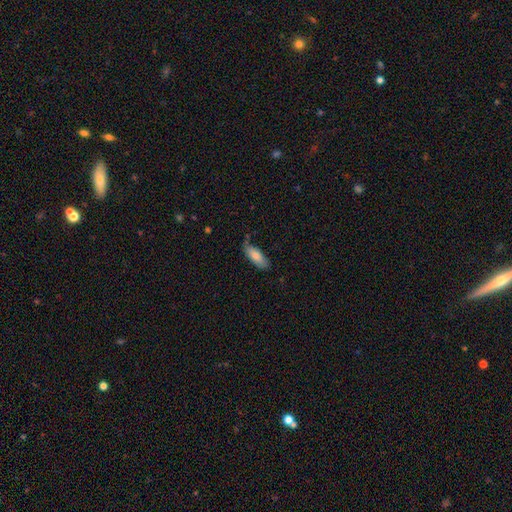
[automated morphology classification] The model was most divided on "merging": none: 70%, minor disturbance: 23%, major disturbance: 4%, merger: 3%. More confident: smooth or featured — smooth (82%); how rounded — in between (73%).